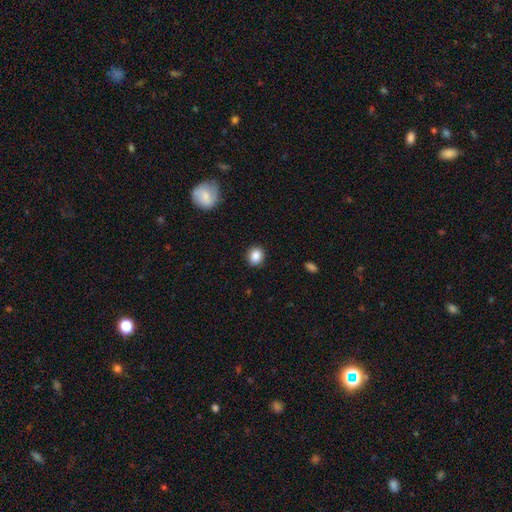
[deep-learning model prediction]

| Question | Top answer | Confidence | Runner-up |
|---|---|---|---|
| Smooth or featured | smooth | 87% | star or artifact (9%) |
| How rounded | round | 67% | in between (32%) |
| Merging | none | 89% | minor disturbance (8%) |